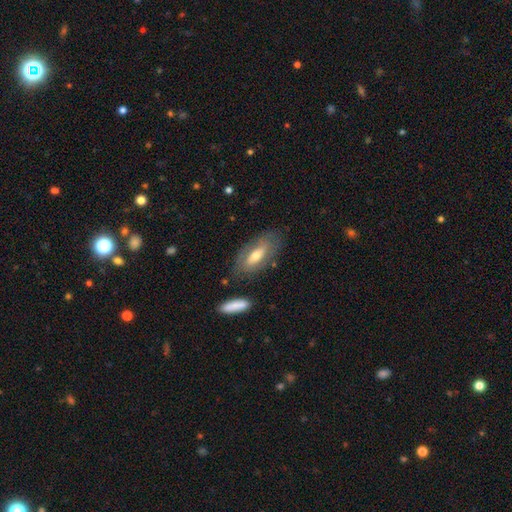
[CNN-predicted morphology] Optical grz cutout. It shows a smooth galaxy with no disk features (47%). Merging: none (72%).